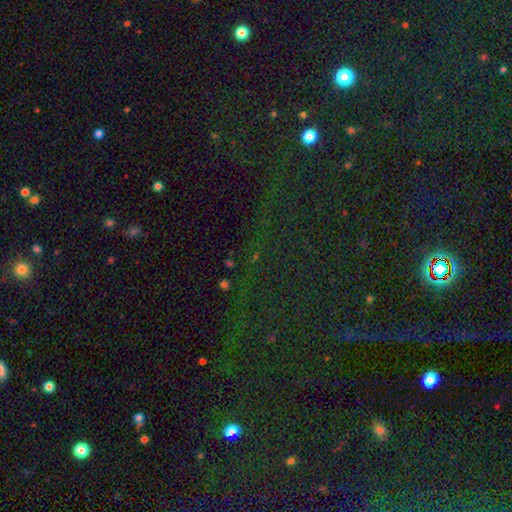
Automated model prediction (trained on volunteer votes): smooth-or-featured: star or artifact: 78% | smooth: 13% | featured or disk: 9%